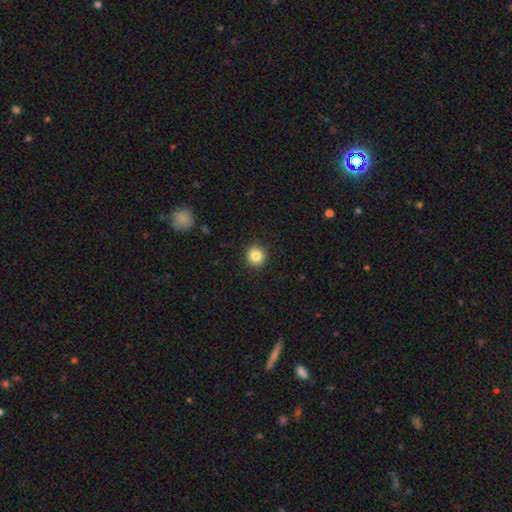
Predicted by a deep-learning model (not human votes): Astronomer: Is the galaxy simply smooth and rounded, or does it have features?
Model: smooth — 85%.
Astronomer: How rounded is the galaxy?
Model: round — 93%.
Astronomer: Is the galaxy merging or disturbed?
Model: none — 92%.